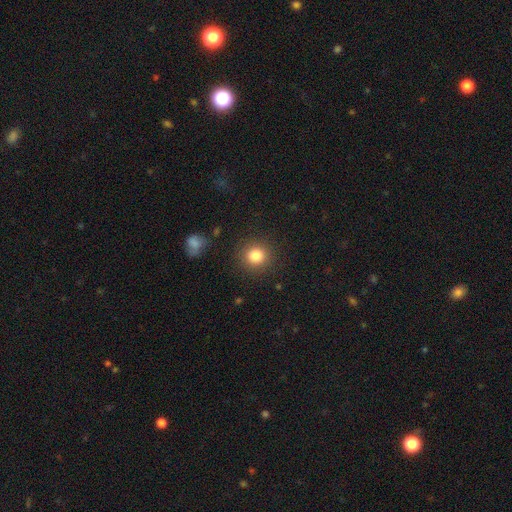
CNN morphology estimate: This is clearly a smooth galaxy (84%). How rounded: clearly round (91%). Merging: clearly none (89%).